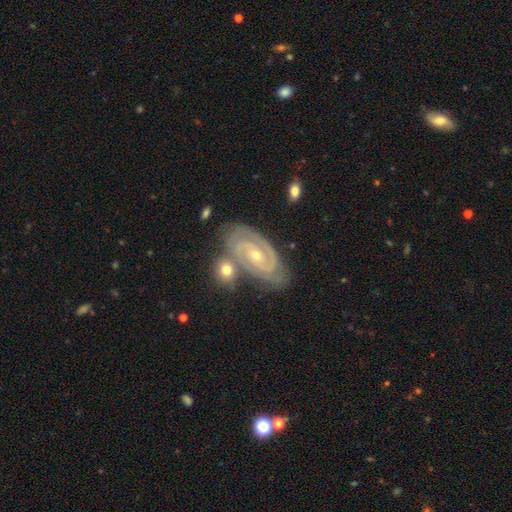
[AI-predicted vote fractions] Morphology: type=featured or disk (91%); edge-on=no (96%); bar=no (55%); spiral arms=yes (98%); winding=tight (74%); arm count=2 (68%); bulge=small (67%); merging=none (68%).